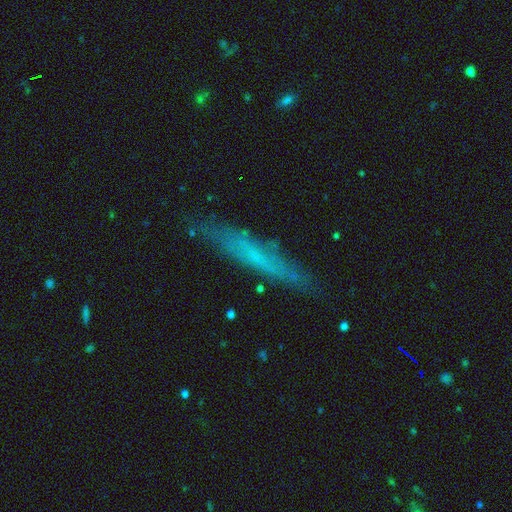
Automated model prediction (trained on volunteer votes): Smooth or featured?
  - smooth: 45% * (tied)
  - featured or disk: 45% * (tied)
  - star or artifact: 10%
Merging?
  - none: 80% *
  - minor disturbance: 14%
  - major disturbance: 3%
  - merger: 2%